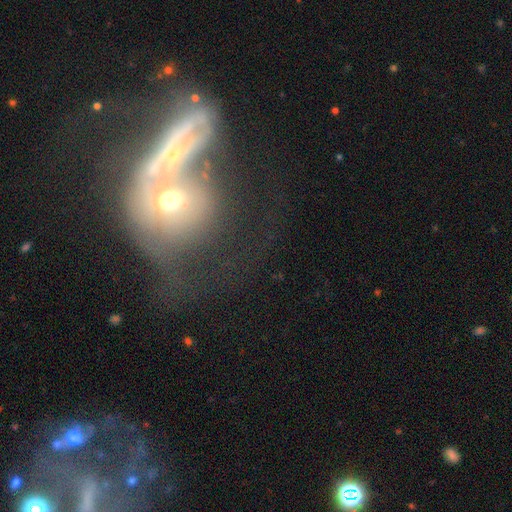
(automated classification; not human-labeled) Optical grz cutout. It shows a featured or disk galaxy (50%). Merging: merger (57%).